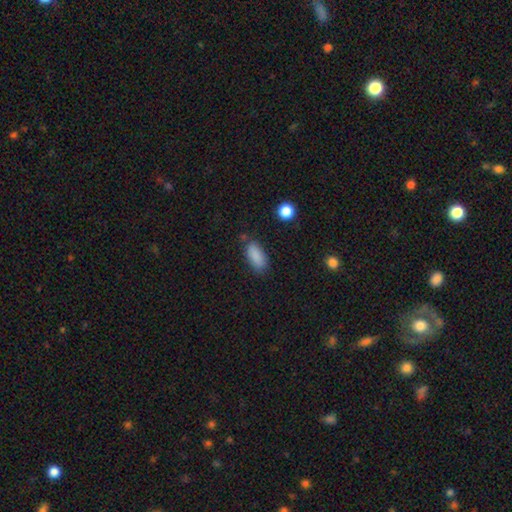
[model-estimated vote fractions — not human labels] Smooth or featured? smooth (87%)
How rounded? in between (86%)
Merging? none (76%)